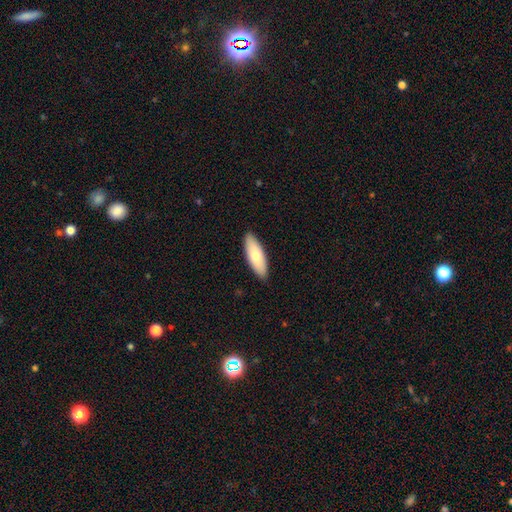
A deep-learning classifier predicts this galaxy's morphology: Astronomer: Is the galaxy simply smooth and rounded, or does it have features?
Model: smooth — 76%.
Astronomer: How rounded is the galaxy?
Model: in between — 66%.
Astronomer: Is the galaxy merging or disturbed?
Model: none — 88%.